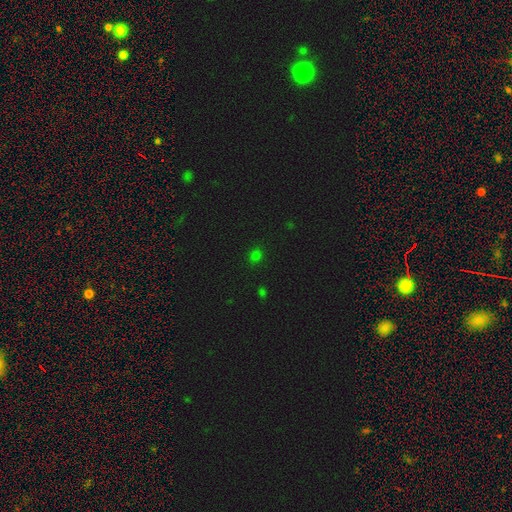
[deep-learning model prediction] Smooth or featured? smooth (72%)
How rounded? round (64%)
Merging? none (87%)